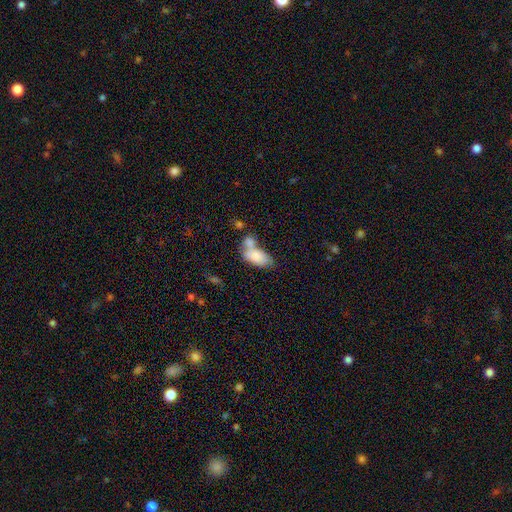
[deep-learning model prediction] The model was most divided on "merging": merger: 55%, none: 26%, minor disturbance: 13%, major disturbance: 7%. More confident: how rounded — in between (92%); smooth or featured — smooth (76%).